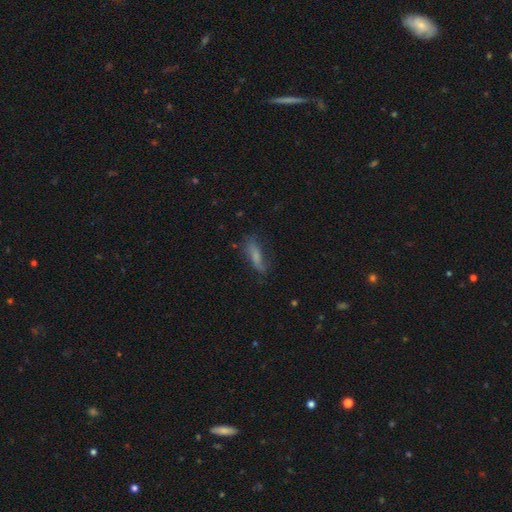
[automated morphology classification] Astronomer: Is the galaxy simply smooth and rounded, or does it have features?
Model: smooth — 64%.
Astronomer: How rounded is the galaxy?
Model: cigar-shaped — 53% (runner-up: in between, 44%).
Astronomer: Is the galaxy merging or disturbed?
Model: none — 59%.